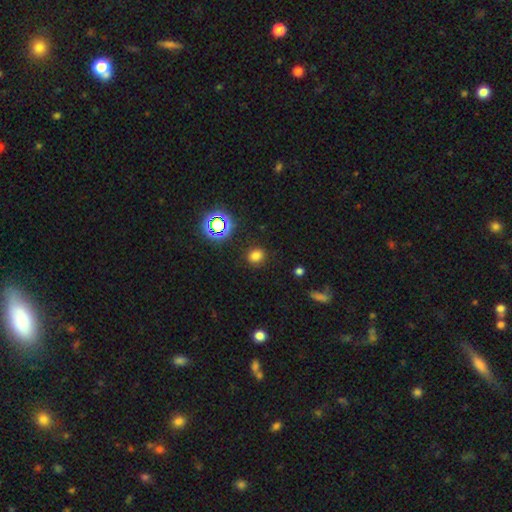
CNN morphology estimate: smooth_or_featured: smooth (p=0.74) [alt: star or artifact p=0.21]
how_rounded: round (p=0.70) [alt: in between p=0.29]
merging: none (p=0.87) [alt: minor disturbance p=0.08]